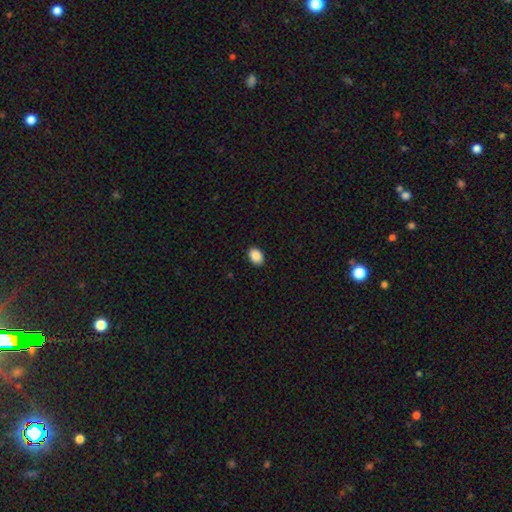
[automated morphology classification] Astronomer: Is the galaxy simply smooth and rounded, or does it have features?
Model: smooth — 90%.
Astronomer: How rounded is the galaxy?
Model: in between — 80%.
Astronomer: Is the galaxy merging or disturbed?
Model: none — 91%.